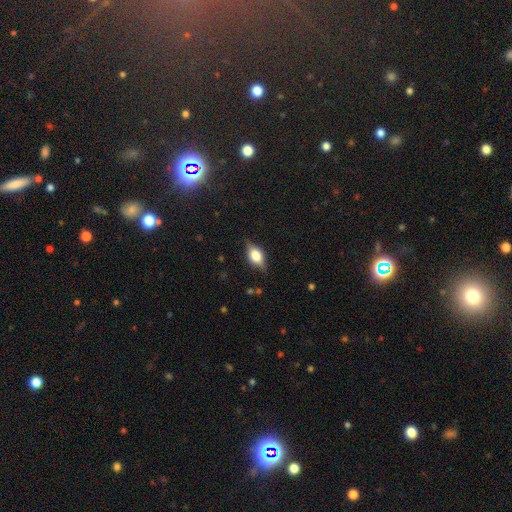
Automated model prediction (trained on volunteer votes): This is possibly a smooth galaxy (51%). How rounded: likely in between (79%). Merging: likely none (79%).